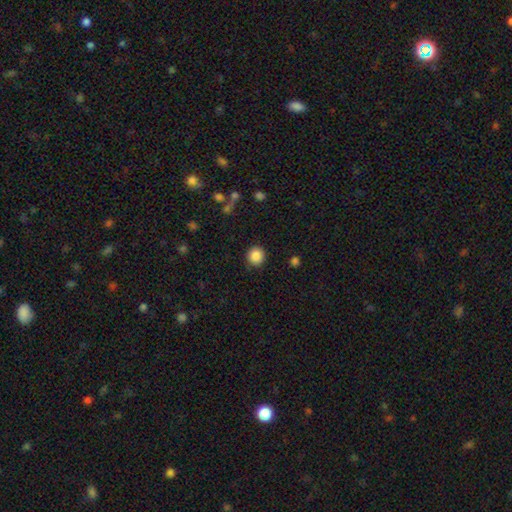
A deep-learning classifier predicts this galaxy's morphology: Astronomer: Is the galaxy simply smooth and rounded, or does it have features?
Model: smooth — 87%.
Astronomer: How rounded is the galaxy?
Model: round — 92%.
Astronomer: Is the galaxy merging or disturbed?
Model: none — 90%.